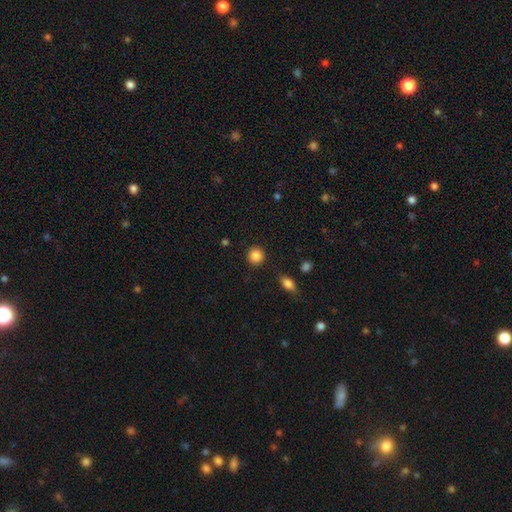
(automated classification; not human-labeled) A smooth galaxy with no disk features (86%) that is round (92%). Merging: none (90%).